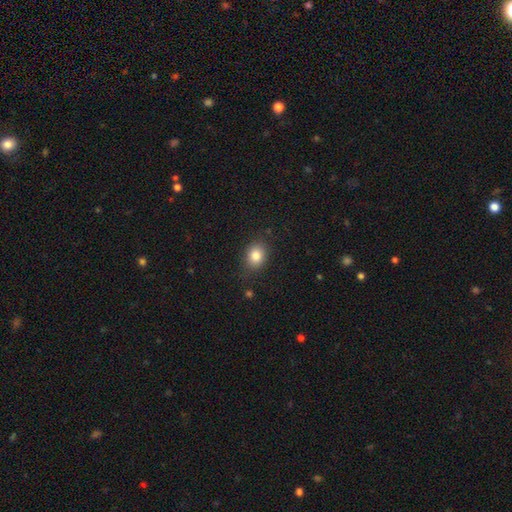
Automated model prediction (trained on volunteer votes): Smooth or featured: smooth — 83% (star or artifact — 10%)
How rounded: round — 51% (in between — 48%)
Merging: none — 82% (minor disturbance — 14%)